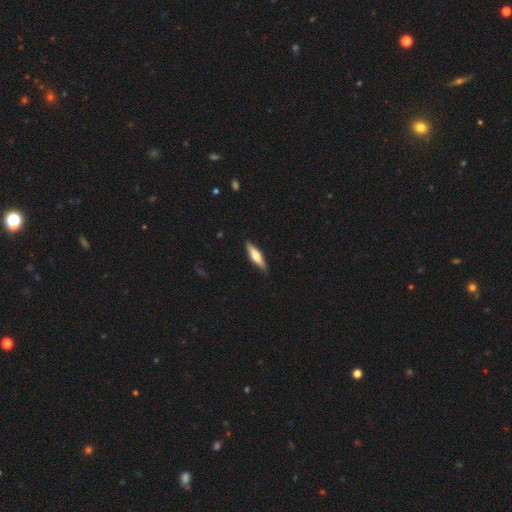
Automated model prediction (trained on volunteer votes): This appears to be a smooth galaxy with no disk features (60%) that is cigar-shaped (67%). Merging: none (88%).